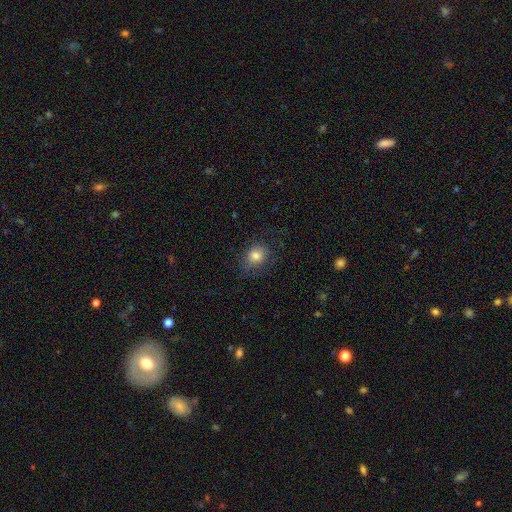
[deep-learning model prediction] smooth_or_featured: smooth (p=0.80) [alt: star or artifact p=0.11]
how_rounded: round (p=0.66) [alt: in between p=0.33]
merging: none (p=0.73) [alt: minor disturbance p=0.18]